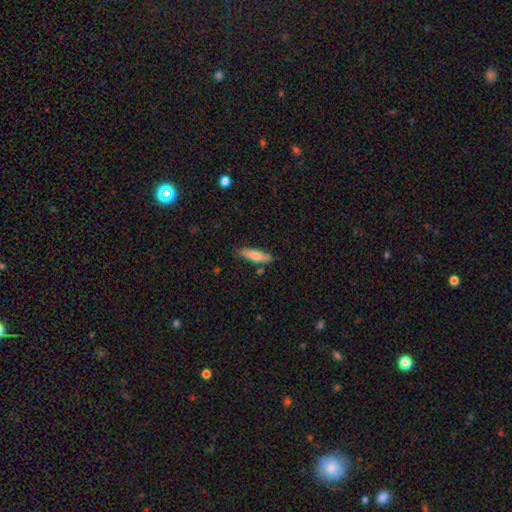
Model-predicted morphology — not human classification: Q: Smooth or featured?
A: smooth (74%); runner-up: featured or disk (20%)
Q: How rounded?
A: cigar-shaped (61%); runner-up: in between (37%)
Q: Merging?
A: none (75%); runner-up: minor disturbance (17%)